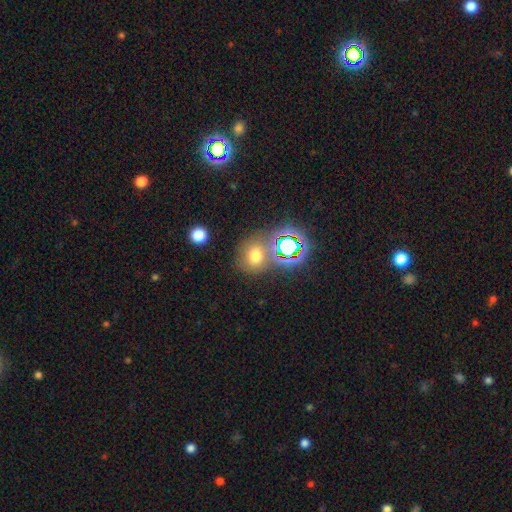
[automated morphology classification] Smooth or featured: smooth — 64% (star or artifact — 26%)
How rounded: round — 76% (in between — 23%)
Merging: none — 69% (merger — 14%)